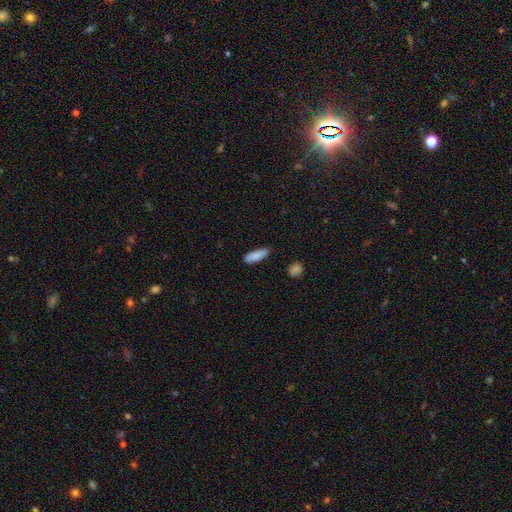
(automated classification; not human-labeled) Q: Smooth or featured?
A: smooth (87%); runner-up: star or artifact (7%)
Q: How rounded?
A: in between (56%); runner-up: cigar-shaped (42%)
Q: Merging?
A: none (78%); runner-up: minor disturbance (18%)